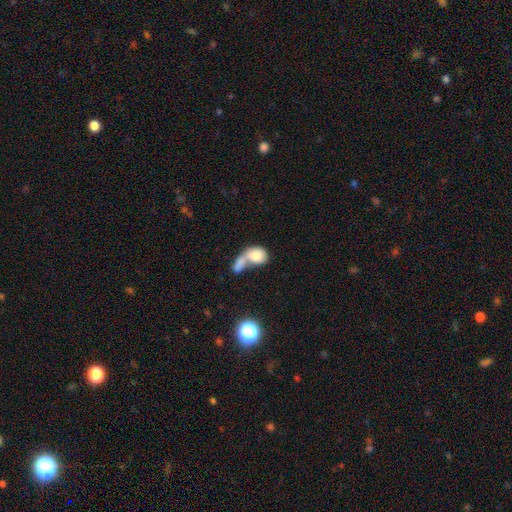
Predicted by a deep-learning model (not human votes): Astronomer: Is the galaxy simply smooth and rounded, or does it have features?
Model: smooth — 74%.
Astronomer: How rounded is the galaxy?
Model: in between — 60% (runner-up: round, 37%).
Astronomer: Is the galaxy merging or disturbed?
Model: merger — 68%.